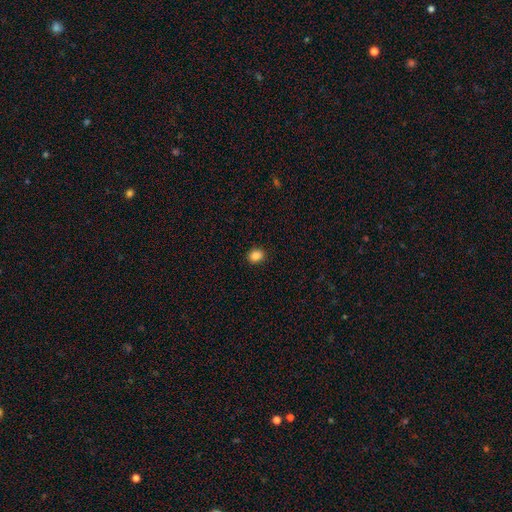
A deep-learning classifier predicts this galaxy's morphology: Smooth or featured: smooth — 86% (star or artifact — 10%)
How rounded: round — 63% (in between — 36%)
Merging: none — 91% (minor disturbance — 6%)